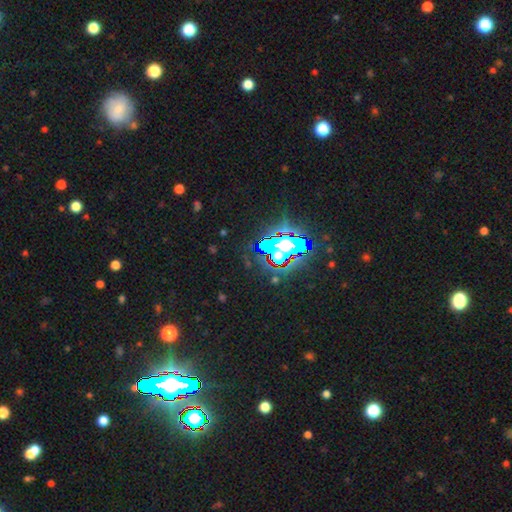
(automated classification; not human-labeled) smooth_or_featured: star or artifact (p=0.86) [alt: smooth p=0.07]